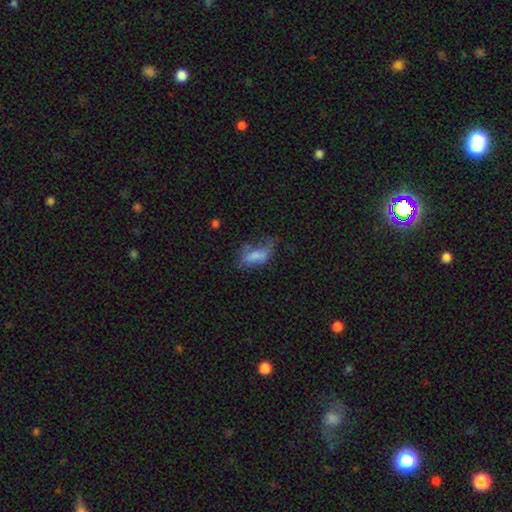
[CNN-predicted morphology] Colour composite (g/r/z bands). It shows a smooth galaxy with no disk features (60%) that is in between round and cigar-shaped (84%). Merging: major disturbance (37%).